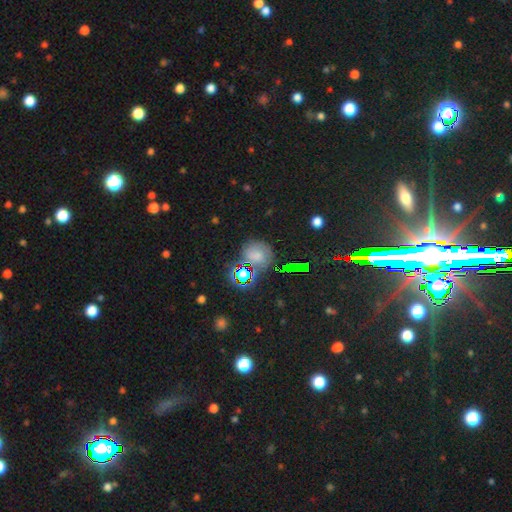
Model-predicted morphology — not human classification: A smooth galaxy with no disk features (54%) that is round (69%).

Vote fractions:
- Smooth or featured? smooth: 54% / star or artifact: 33% / featured or disk: 13%
- How rounded? round: 69% / in between: 29% / cigar-shaped: 2%
- Merging? none: 70% / minor disturbance: 17% / major disturbance: 7% / merger: 6%